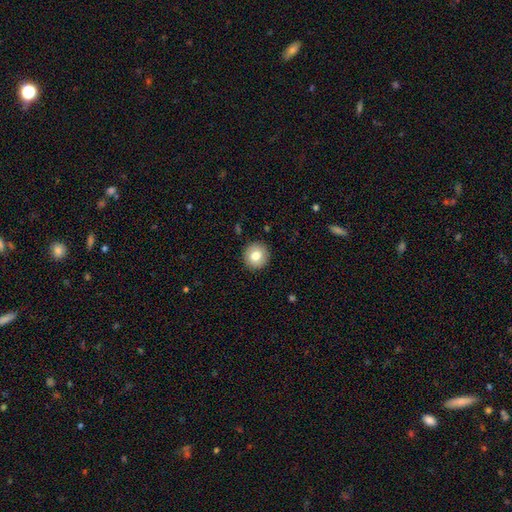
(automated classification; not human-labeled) A smooth galaxy with no disk features (80%) that is round (95%).

Vote fractions:
- Smooth or featured? smooth: 80% / featured or disk: 12% / star or artifact: 9%
- How rounded? round: 95% / in between: 5% / cigar-shaped: 1%
- Merging? none: 92% / minor disturbance: 5% / major disturbance: 2% / merger: 1%